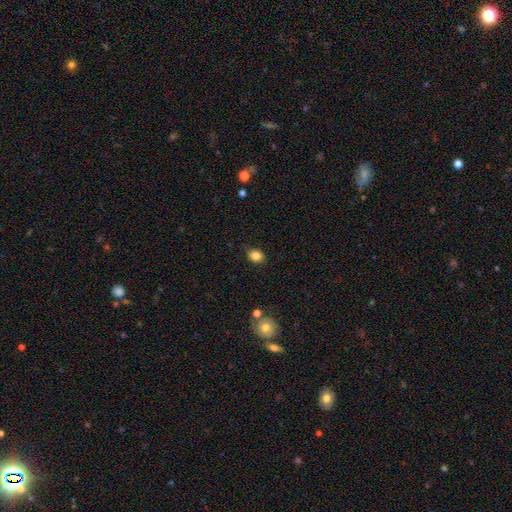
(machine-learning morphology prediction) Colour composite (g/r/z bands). It shows a smooth galaxy with no disk features (84%) that is in between round and cigar-shaped (51%). Merging: none (79%).